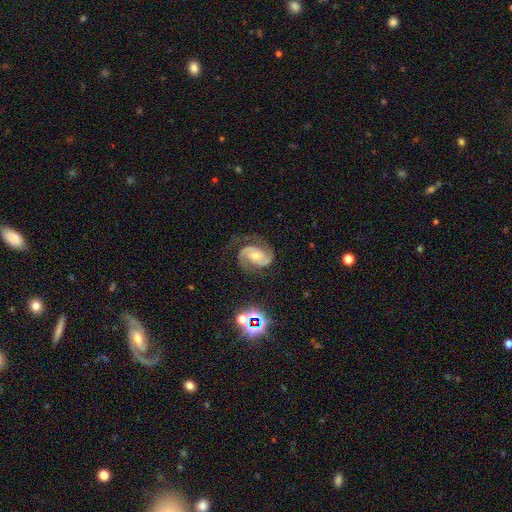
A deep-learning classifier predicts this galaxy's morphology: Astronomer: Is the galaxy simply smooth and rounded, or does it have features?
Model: featured or disk — 89%.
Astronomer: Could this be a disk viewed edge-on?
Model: no — 98%.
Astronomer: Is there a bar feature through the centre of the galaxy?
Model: no — 54% (runner-up: weak, 33%).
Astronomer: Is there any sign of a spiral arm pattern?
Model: yes — 98%.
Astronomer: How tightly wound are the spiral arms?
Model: medium — 54% (runner-up: tight, 32%).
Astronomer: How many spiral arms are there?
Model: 2 — 91%.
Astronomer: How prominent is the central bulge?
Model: small — 49% (runner-up: moderate, 43%).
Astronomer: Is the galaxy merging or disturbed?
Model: none — 68%.